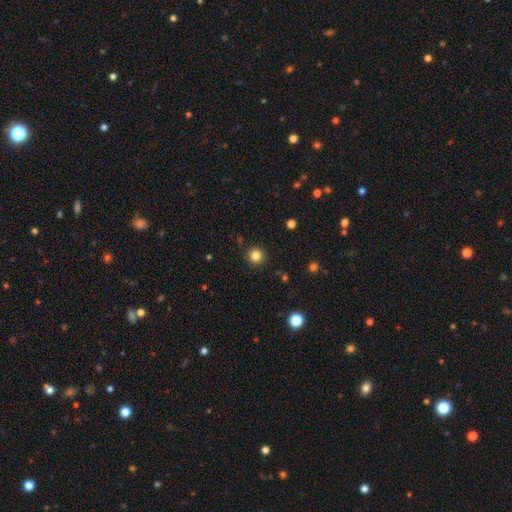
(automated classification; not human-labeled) This is clearly a smooth galaxy (84%). How rounded: clearly round (95%). Merging: clearly none (92%).